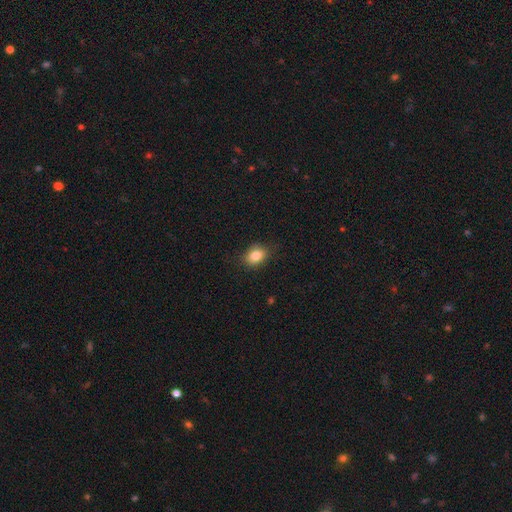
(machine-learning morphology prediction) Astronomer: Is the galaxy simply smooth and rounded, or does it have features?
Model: smooth — 83%.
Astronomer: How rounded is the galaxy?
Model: in between — 60% (runner-up: round, 39%).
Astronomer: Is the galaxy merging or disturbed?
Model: none — 81%.